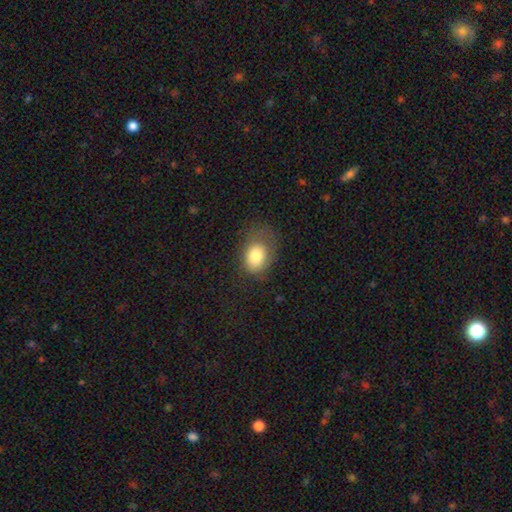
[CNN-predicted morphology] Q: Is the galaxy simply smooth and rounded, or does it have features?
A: smooth — 78%.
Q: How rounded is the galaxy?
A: in between — 70%.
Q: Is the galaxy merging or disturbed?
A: none — 53%.